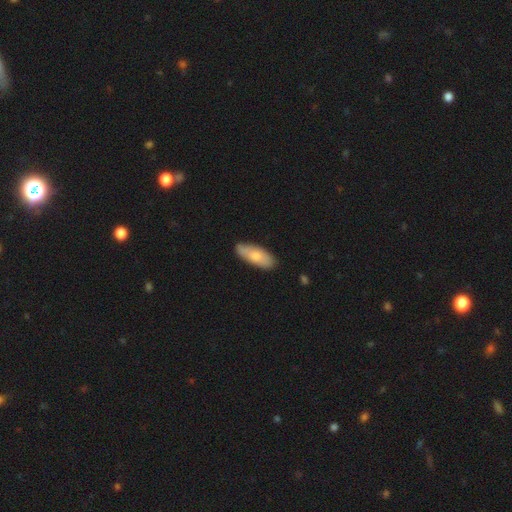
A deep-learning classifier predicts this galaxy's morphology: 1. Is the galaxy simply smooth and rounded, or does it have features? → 75% smooth, 20% featured or disk, 5% star or artifact.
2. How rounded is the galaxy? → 74% in between, 24% cigar-shaped, 2% round.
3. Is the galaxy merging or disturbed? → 78% none, 17% minor disturbance, 3% major disturbance, 2% merger.